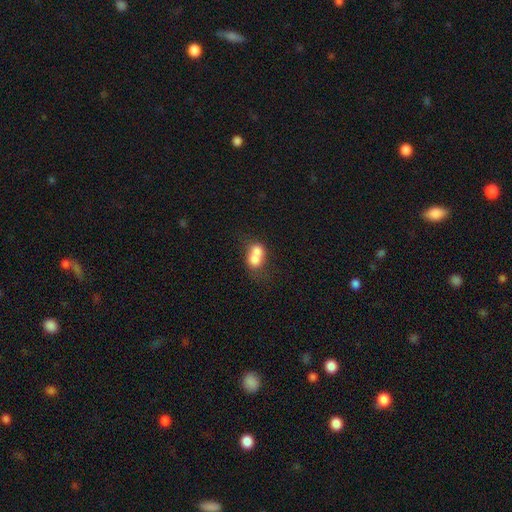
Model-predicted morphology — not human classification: Smooth or featured? smooth (67%)
How rounded? in between (53%)
Merging? merger (68%)